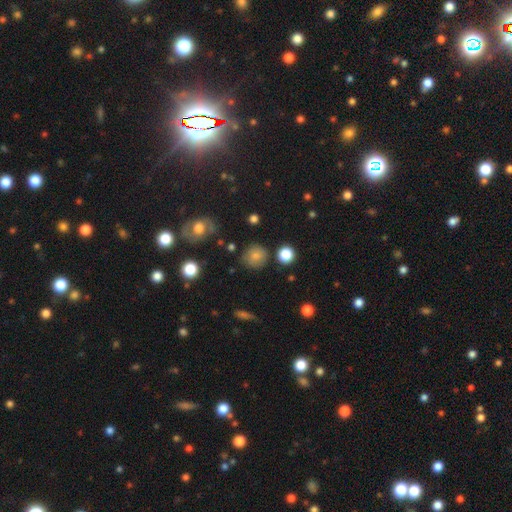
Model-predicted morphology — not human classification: The model was most divided on "merging": none: 76%, minor disturbance: 16%, major disturbance: 5%, merger: 3%. More confident: how rounded — round (85%); smooth or featured — smooth (75%).